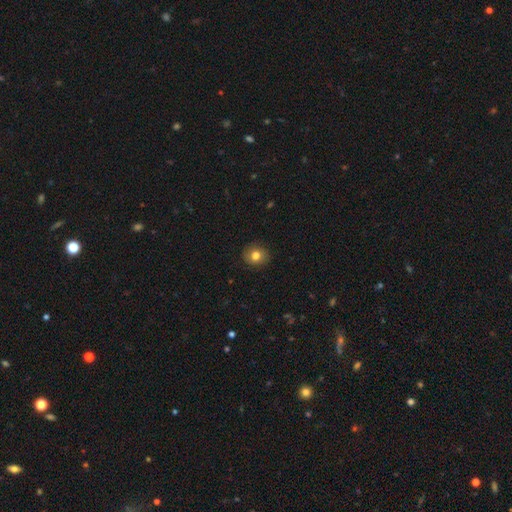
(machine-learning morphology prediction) The model was most divided on "how rounded": round: 80%, in between: 19%, cigar-shaped: 1%. More confident: merging — none (89%); smooth or featured — smooth (79%).